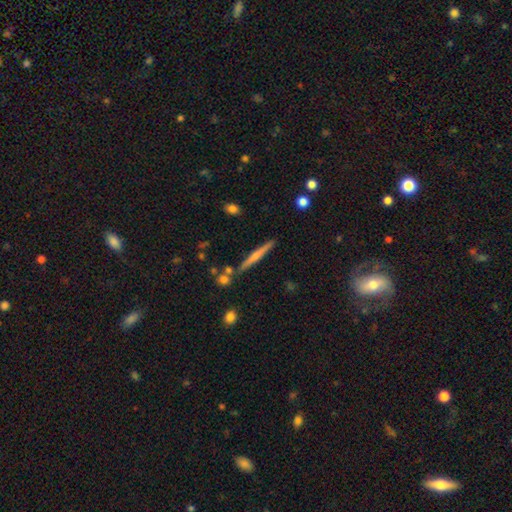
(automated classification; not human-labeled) A featured or disk galaxy (50%). Merging: none (84%).